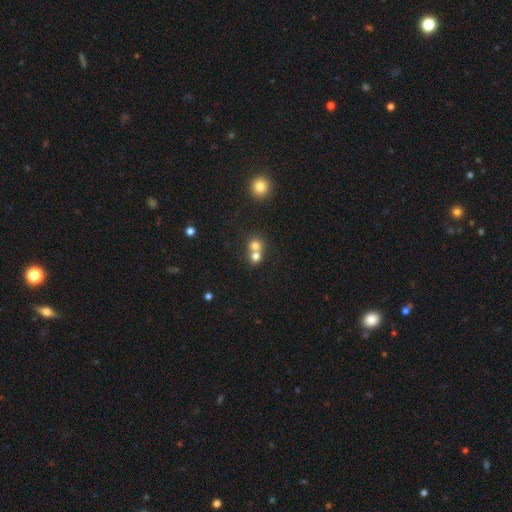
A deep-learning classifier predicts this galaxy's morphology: A smooth galaxy with no disk features (75%) that is round (82%). Merging: merger (60%).